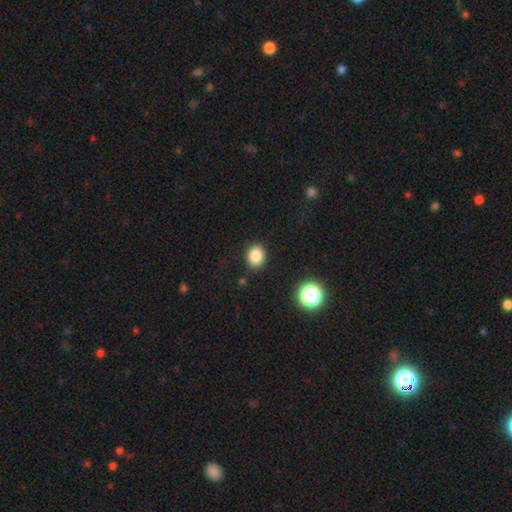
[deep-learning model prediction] Smooth or featured?
  - smooth: 84% *
  - star or artifact: 11%
  - featured or disk: 5%
How rounded?
  - round: 59% *
  - in between: 40%
  - cigar-shaped: 1%
Merging?
  - none: 87% *
  - minor disturbance: 8%
  - major disturbance: 2%
  - merger: 2%